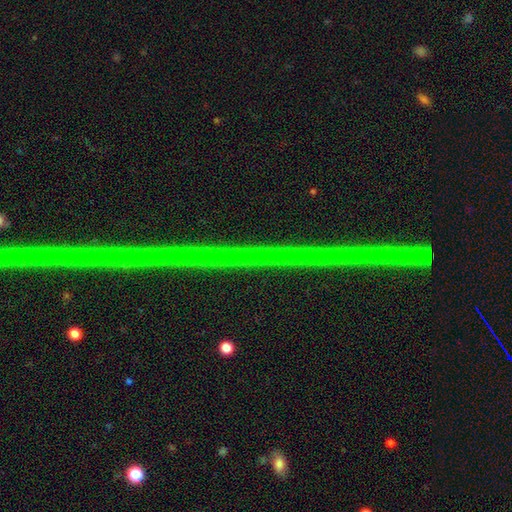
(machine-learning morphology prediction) Smooth or featured: star or artifact — 85% (featured or disk — 11%)